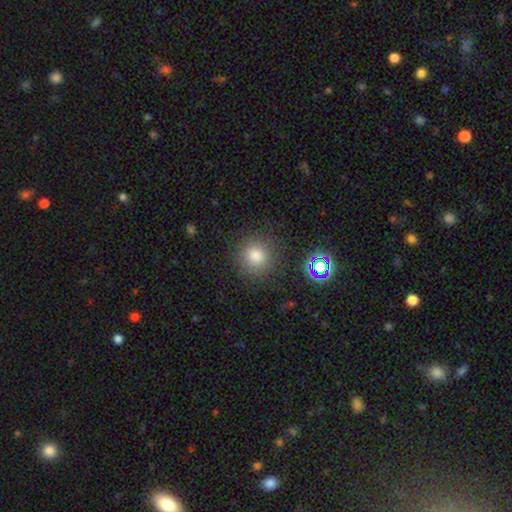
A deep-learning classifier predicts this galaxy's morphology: Smooth or featured? smooth (78%)
How rounded? round (92%)
Merging? none (86%)